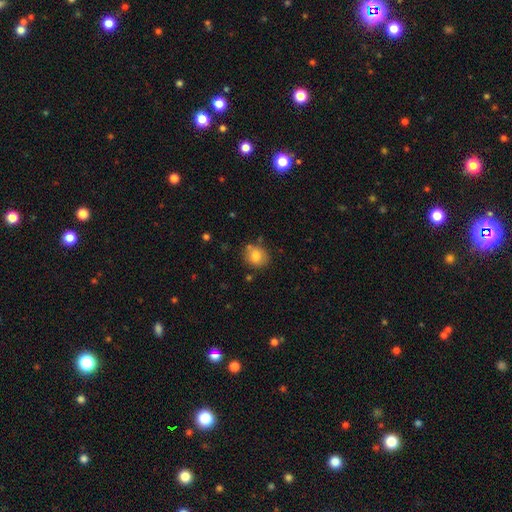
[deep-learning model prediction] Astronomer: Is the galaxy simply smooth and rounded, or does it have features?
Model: smooth — 81%.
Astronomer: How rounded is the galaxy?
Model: round — 73%.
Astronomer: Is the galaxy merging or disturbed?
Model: none — 78%.